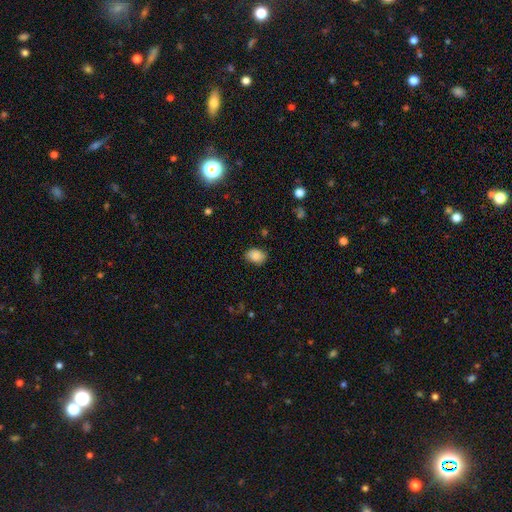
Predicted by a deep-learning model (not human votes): This appears to be a smooth galaxy with no disk features (87%) that is in between round and cigar-shaped (73%). Merging: none (80%).